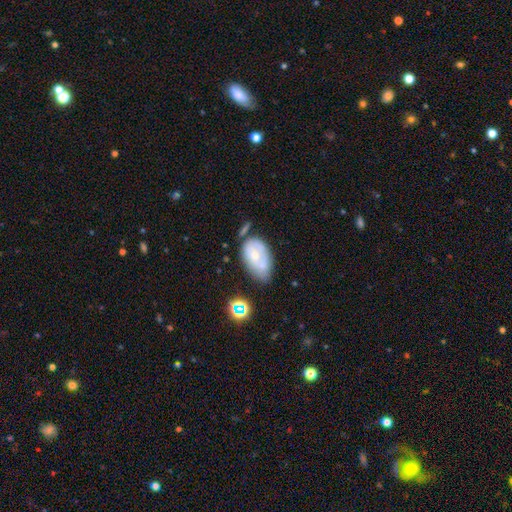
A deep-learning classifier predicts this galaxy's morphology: Smooth or featured: smooth — 47% (featured or disk — 44%)
Merging: minor disturbance — 34% (none — 33%)